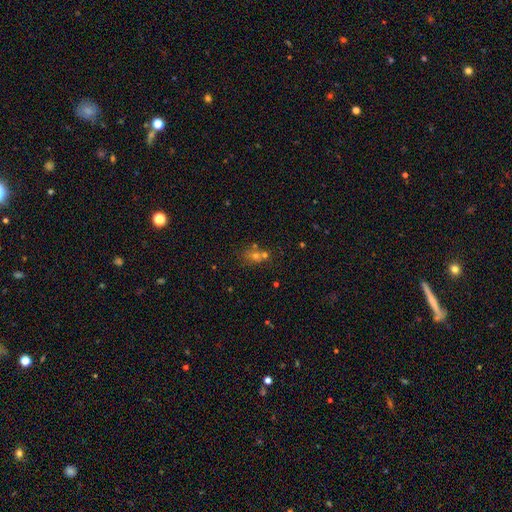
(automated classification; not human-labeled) Q: Smooth or featured?
A: smooth (54%); runner-up: star or artifact (31%)
Q: How rounded?
A: round (68%); runner-up: in between (30%)
Q: Merging?
A: none (49%); runner-up: merger (37%)